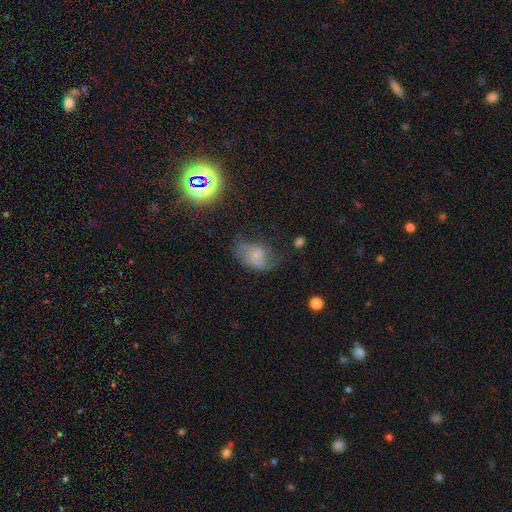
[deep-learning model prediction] Smooth or featured? Predicted: smooth (p=0.47). Merging? Predicted: none (p=0.36).